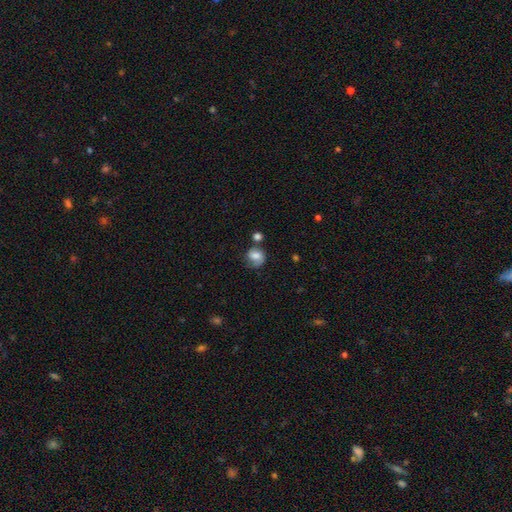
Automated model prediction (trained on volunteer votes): A smooth galaxy with no disk features (58%) that is round (69%). Merging: none (49%).